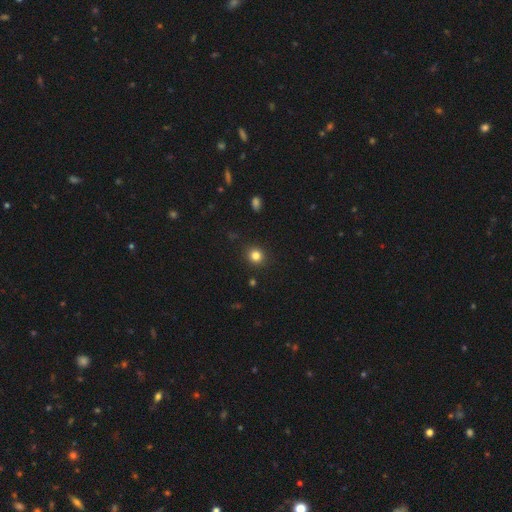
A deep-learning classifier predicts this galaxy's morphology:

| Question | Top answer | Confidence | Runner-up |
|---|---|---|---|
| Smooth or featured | smooth | 82% | star or artifact (13%) |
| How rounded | round | 88% | in between (11%) |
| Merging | none | 91% | minor disturbance (6%) |